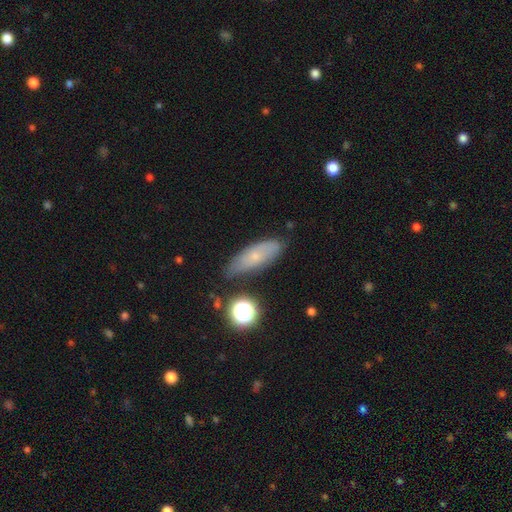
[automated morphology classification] Overall: smooth (57%; featured or disk 32%). How rounded: in between (64%; cigar-shaped 31%). Merging: none (72%).